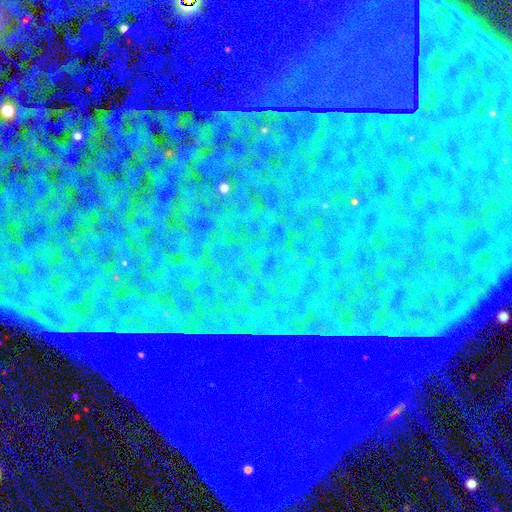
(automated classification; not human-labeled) Q: Smooth or featured?
A: star or artifact (87%); runner-up: featured or disk (7%)